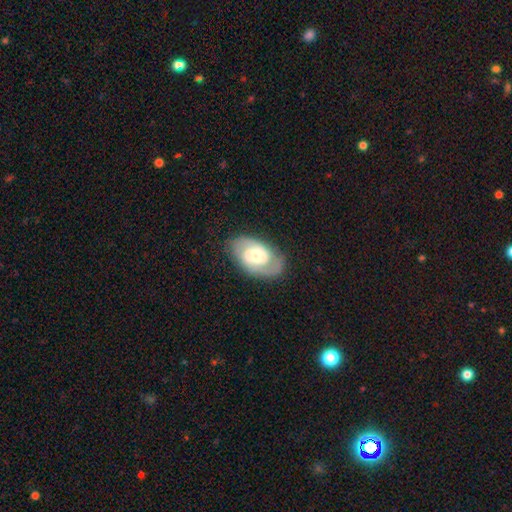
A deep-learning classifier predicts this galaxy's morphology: Smooth or featured? featured or disk (77%)
Edge-on disk? no (96%)
Bar? weak (50%)
Spiral arms? yes (92%)
Spiral winding? medium (50%)
Spiral arm count? 2 (87%)
Bulge size? moderate (56%)
Merging? none (81%)